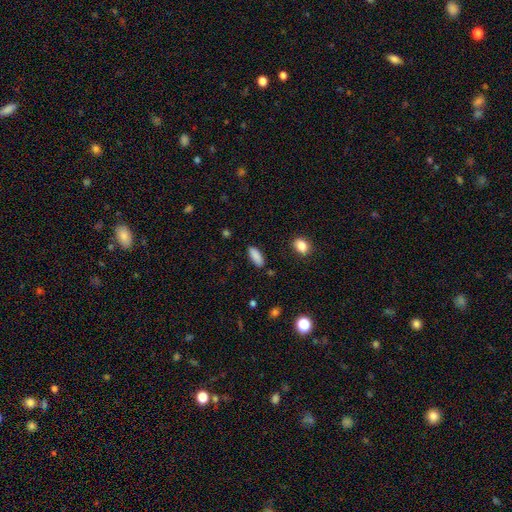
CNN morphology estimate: smooth-or-featured: smooth: 88% | star or artifact: 7% | featured or disk: 5%
  how-rounded: in between: 70% | cigar-shaped: 28% | round: 2%
  merging: none: 87% | minor disturbance: 9% | major disturbance: 2% | merger: 2%